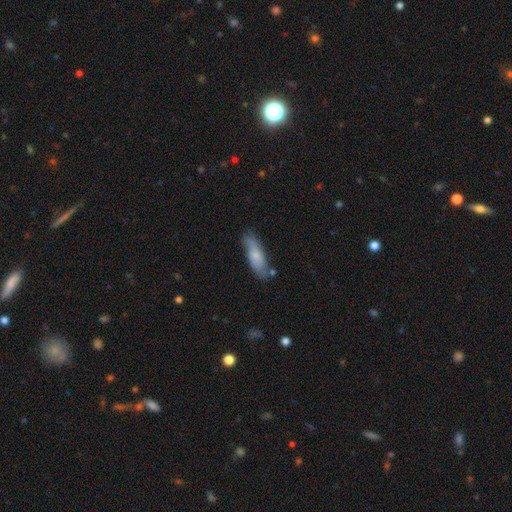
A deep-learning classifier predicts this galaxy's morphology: A smooth galaxy with no disk features (66%) that is in between round and cigar-shaped (51%).

Vote fractions:
- Smooth or featured? smooth: 66% / featured or disk: 28% / star or artifact: 6%
- How rounded? in between: 51% / cigar-shaped: 47% / round: 2%
- Merging? none: 66% / minor disturbance: 24% / major disturbance: 5% / merger: 5%